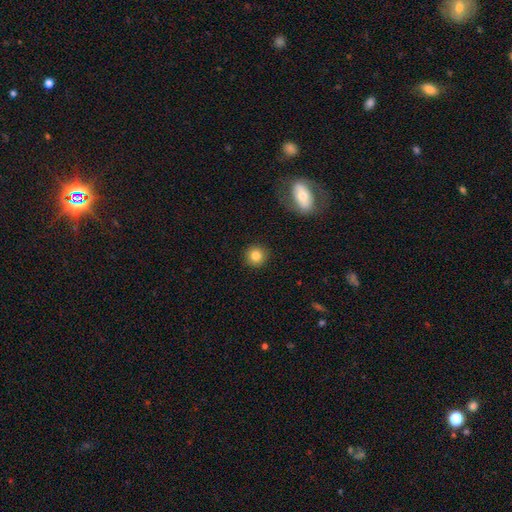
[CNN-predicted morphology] Smooth or featured: smooth — 83% (star or artifact — 10%)
How rounded: round — 93% (in between — 6%)
Merging: none — 91% (minor disturbance — 6%)